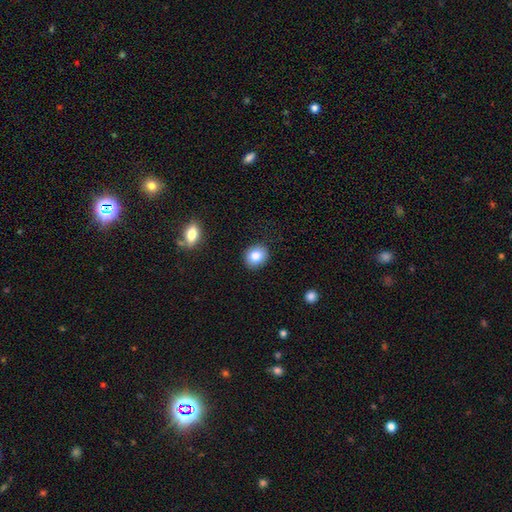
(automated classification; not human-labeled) Overall: smooth (83%). How rounded: round (72%). Merging: none (89%).